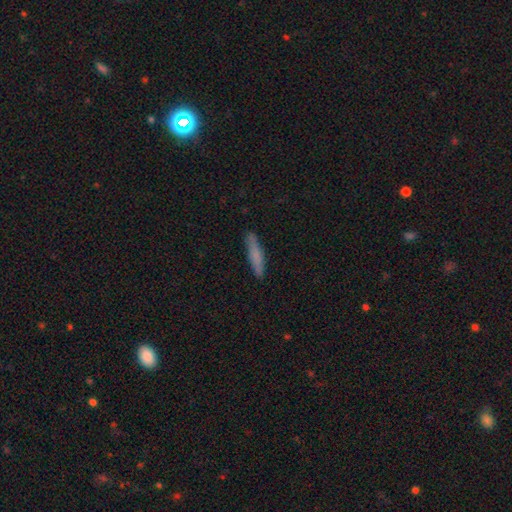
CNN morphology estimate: Smooth or featured?
  - smooth: 74% *
  - featured or disk: 20%
  - star or artifact: 6%
How rounded?
  - cigar-shaped: 88% *
  - in between: 11%
  - round: 1%
Merging?
  - none: 86% *
  - minor disturbance: 11%
  - major disturbance: 2%
  - merger: 1%